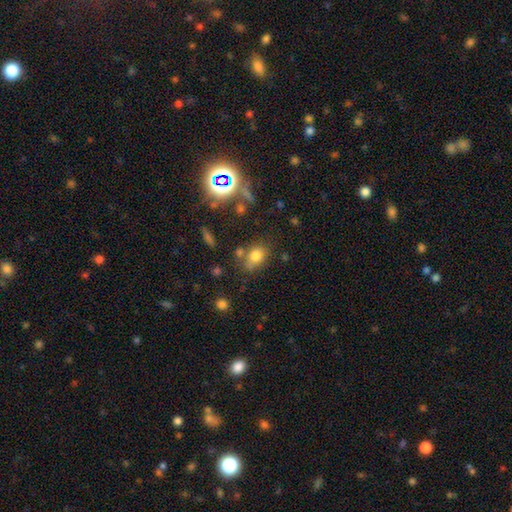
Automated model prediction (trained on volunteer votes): Smooth or featured? Predicted: smooth (p=0.76). How rounded? Predicted: in between (p=0.66). Merging? Predicted: none (p=0.62).